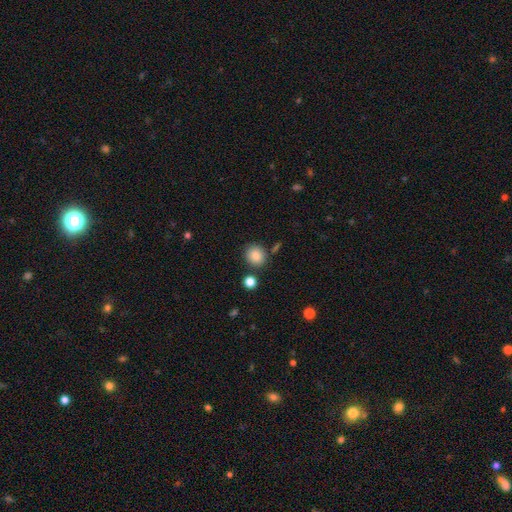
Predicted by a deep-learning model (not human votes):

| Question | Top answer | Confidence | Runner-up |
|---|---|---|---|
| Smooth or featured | smooth | 85% | star or artifact (9%) |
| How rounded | round | 82% | in between (18%) |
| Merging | none | 82% | minor disturbance (9%) |